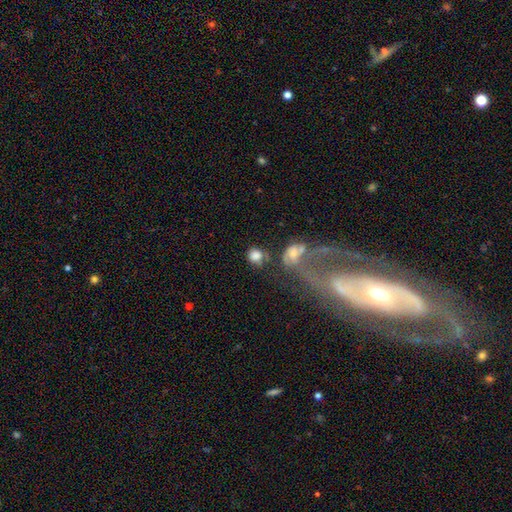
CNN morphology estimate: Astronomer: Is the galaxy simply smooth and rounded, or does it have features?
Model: smooth — 72%.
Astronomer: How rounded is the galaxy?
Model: round — 69%.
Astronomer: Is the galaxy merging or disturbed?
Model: none — 40% (runner-up: merger, 27%).